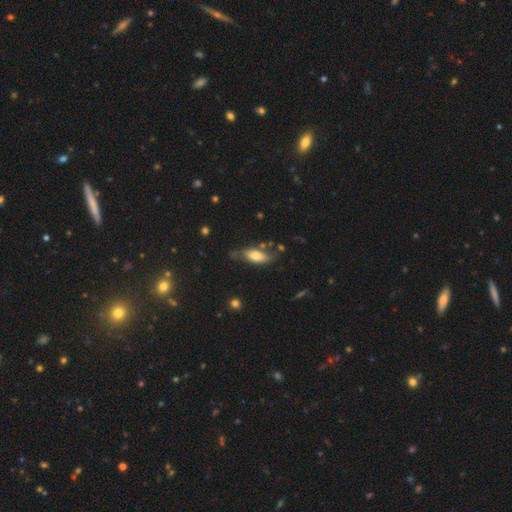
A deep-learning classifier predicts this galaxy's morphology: Smooth or featured? smooth (61%)
How rounded? in between (75%)
Merging? none (58%)